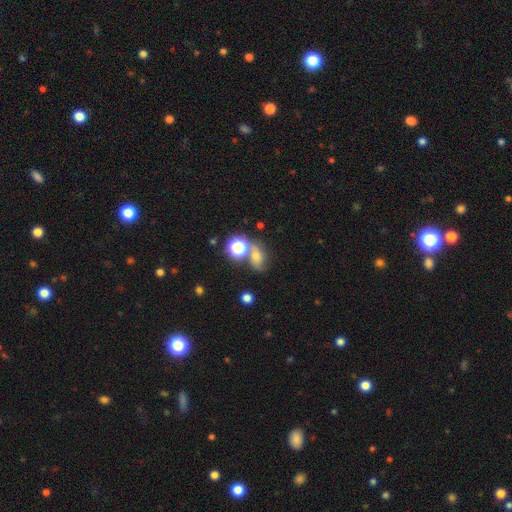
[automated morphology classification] A smooth galaxy with no disk features (48%).

Vote fractions:
- Smooth or featured? smooth: 48% / featured or disk: 27% / star or artifact: 25%
- Merging? none: 50% / merger: 23% / minor disturbance: 17% / major disturbance: 10%